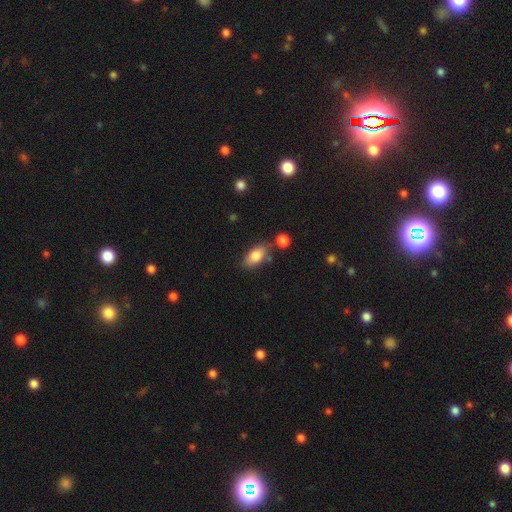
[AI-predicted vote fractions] Smooth or featured: smooth — 82% (featured or disk — 11%)
How rounded: in between — 90% (round — 5%)
Merging: none — 71% (minor disturbance — 15%)